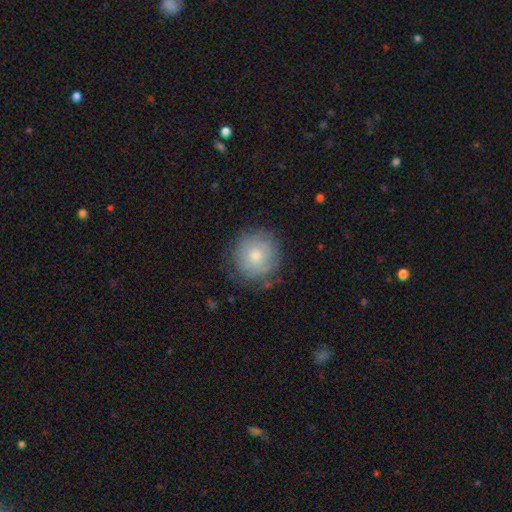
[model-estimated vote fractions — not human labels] Morphology: type=smooth (55%); roundness=round (91%); merging=none (76%).